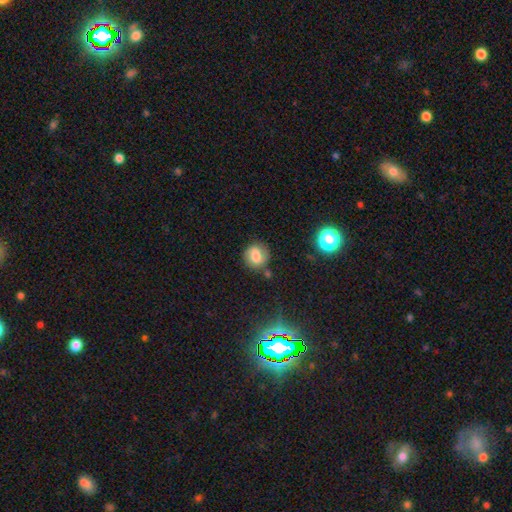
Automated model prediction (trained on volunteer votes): Smooth or featured? Predicted: smooth (p=0.63). How rounded? Predicted: round (p=0.73). Merging? Predicted: none (p=0.74).